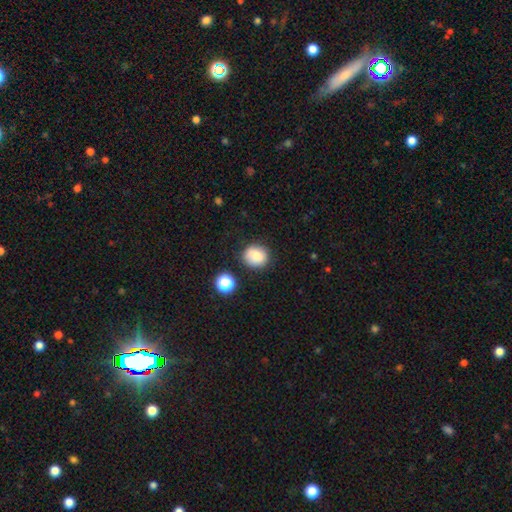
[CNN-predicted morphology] Smooth or featured? smooth (84%)
How rounded? round (79%)
Merging? none (80%)